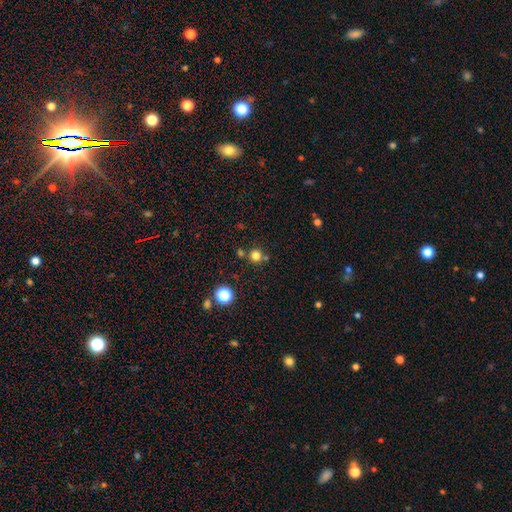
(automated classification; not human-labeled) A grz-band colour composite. It shows a smooth galaxy with no disk features (77%) that is round (93%). Merging: none (76%).